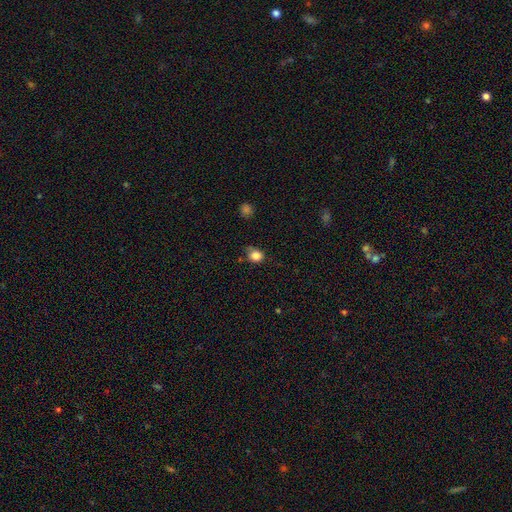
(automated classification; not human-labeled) Morphology: type=smooth (83%); roundness=round (69%); merging=none (62%).